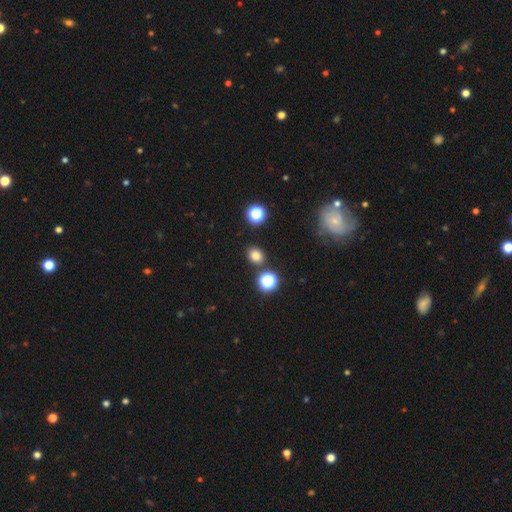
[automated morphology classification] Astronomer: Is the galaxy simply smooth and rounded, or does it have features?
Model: smooth — 77%.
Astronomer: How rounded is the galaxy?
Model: round — 60% (runner-up: in between, 39%).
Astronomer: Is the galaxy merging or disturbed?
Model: none — 84%.